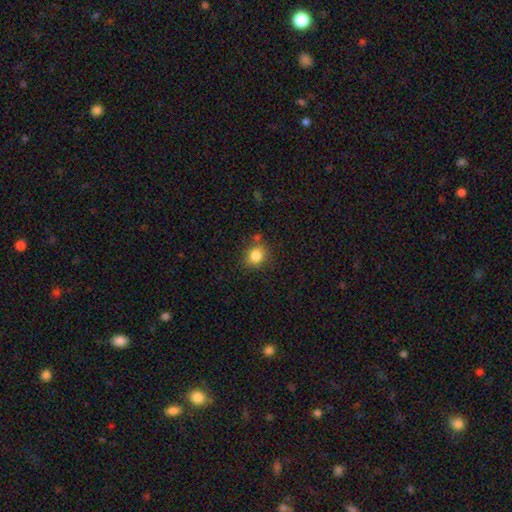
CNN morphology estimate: smooth_or_featured: smooth (p=0.83) [alt: star or artifact p=0.11]
how_rounded: round (p=0.68) [alt: in between p=0.31]
merging: none (p=0.77) [alt: minor disturbance p=0.13]